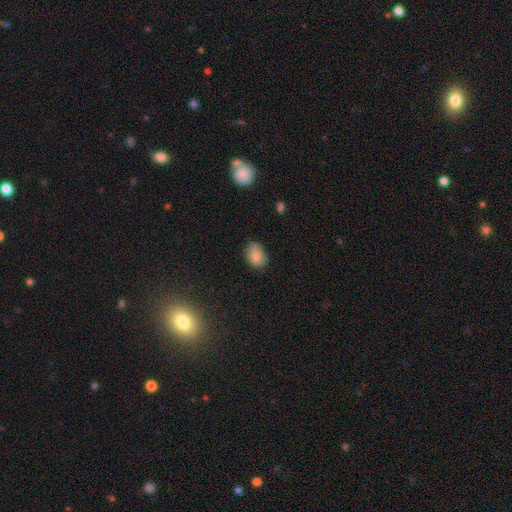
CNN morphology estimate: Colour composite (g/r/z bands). It shows a smooth galaxy with no disk features (82%) that is in between round and cigar-shaped (75%). Merging: none (65%).